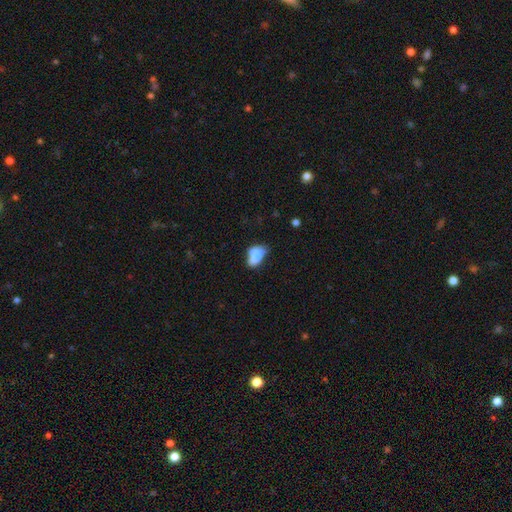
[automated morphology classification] Smooth or featured? Predicted: smooth (p=0.65). How rounded? Predicted: in between (p=0.85). Merging? Predicted: merger (p=0.28).